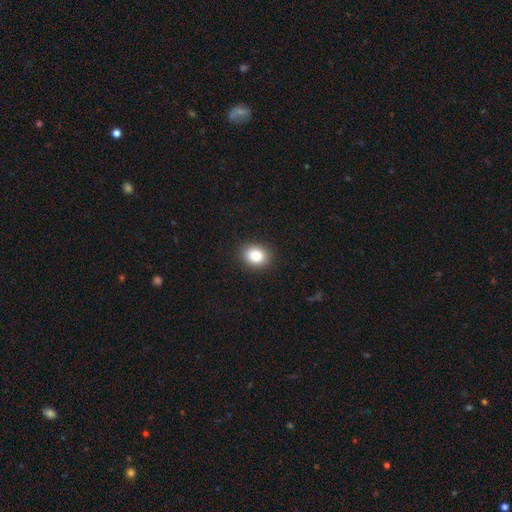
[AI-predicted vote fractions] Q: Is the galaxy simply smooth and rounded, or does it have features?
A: smooth — 84%.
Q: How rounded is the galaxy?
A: round — 50%.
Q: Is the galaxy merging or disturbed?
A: none — 90%.